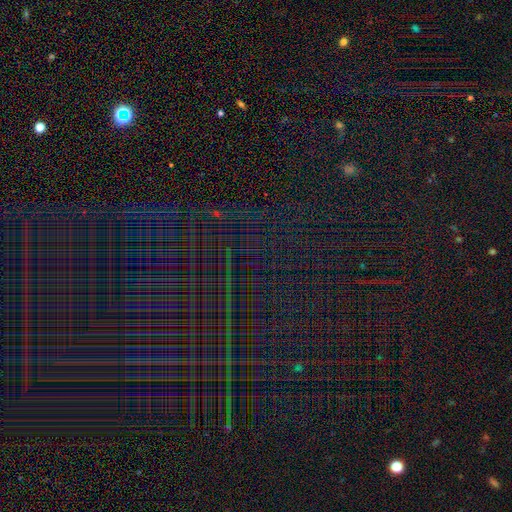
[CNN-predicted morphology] This is likely a star or artifact rather than a galaxy (80%).